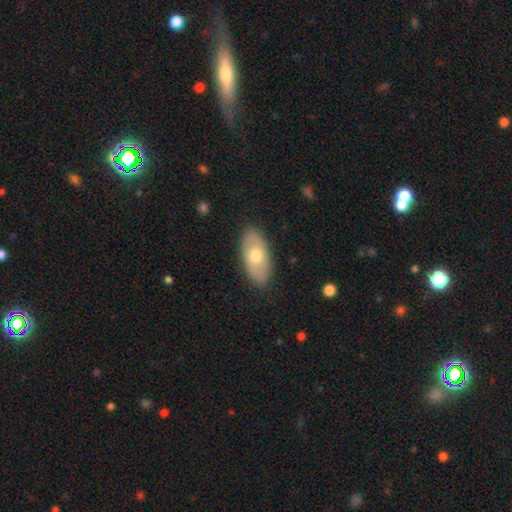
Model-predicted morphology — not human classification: type=smooth (57%); roundness=in between (93%); merging=none (87%).